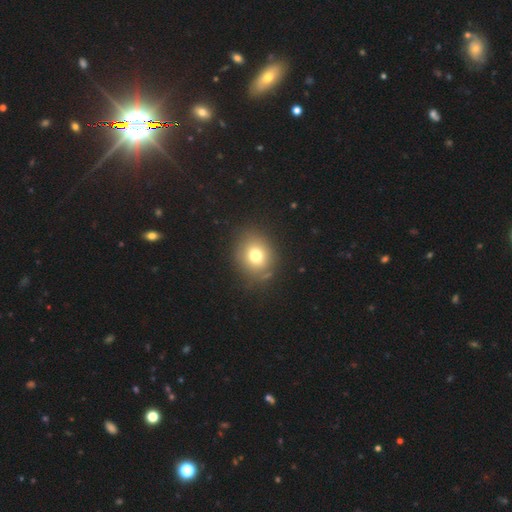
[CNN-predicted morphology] smooth 73%, featured or disk 14%, star or artifact 14%. Down the decision tree: how rounded — round (66%); merging — none (80%).